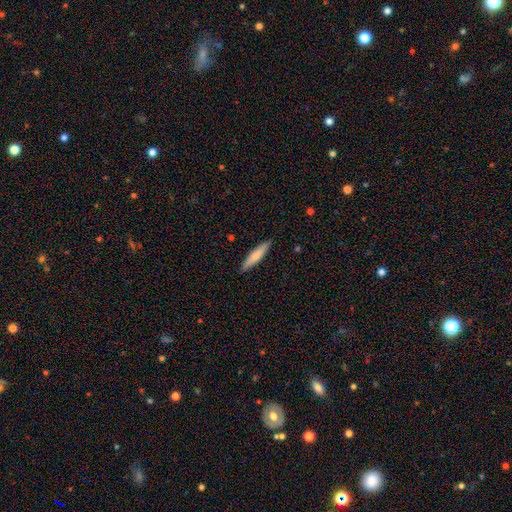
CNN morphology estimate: type=smooth (66%); roundness=cigar-shaped (88%); merging=none (90%).